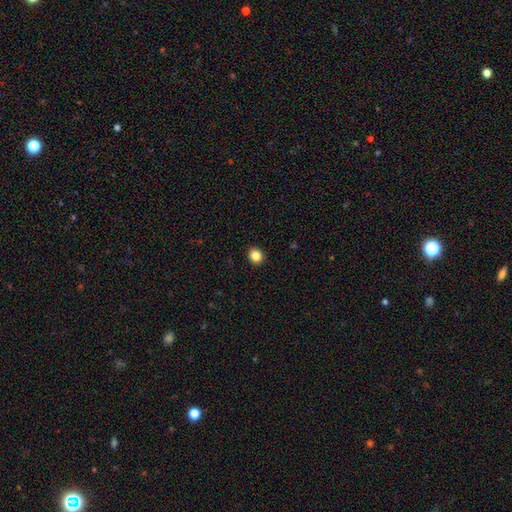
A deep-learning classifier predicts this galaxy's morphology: Smooth or featured? smooth (85%)
How rounded? round (75%)
Merging? none (92%)